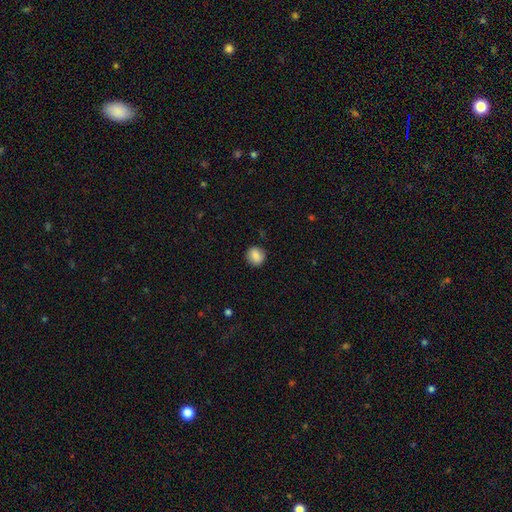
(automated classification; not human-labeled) smooth 83%, featured or disk 8%, star or artifact 8%. Down the decision tree: how rounded — round (86%); merging — none (88%).